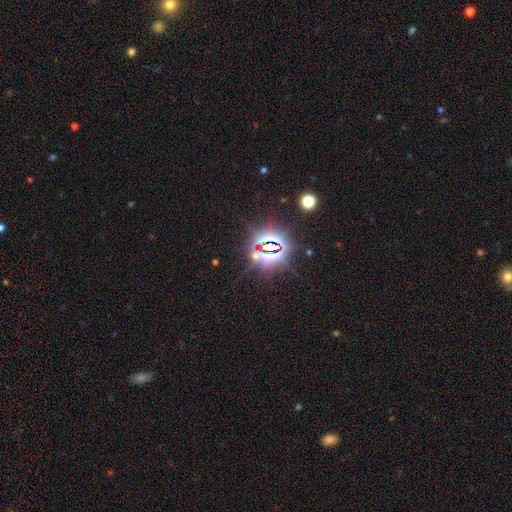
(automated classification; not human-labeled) star or artifact 83%, smooth 9%, featured or disk 8%.